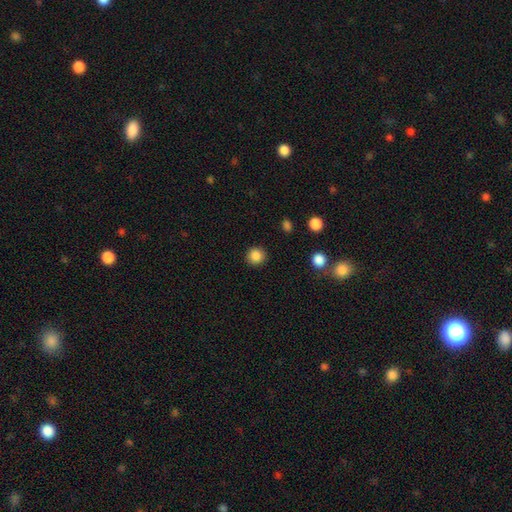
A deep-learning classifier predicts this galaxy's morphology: Q: Smooth or featured?
A: smooth (86%); runner-up: star or artifact (10%)
Q: How rounded?
A: round (93%); runner-up: in between (6%)
Q: Merging?
A: none (91%); runner-up: minor disturbance (5%)